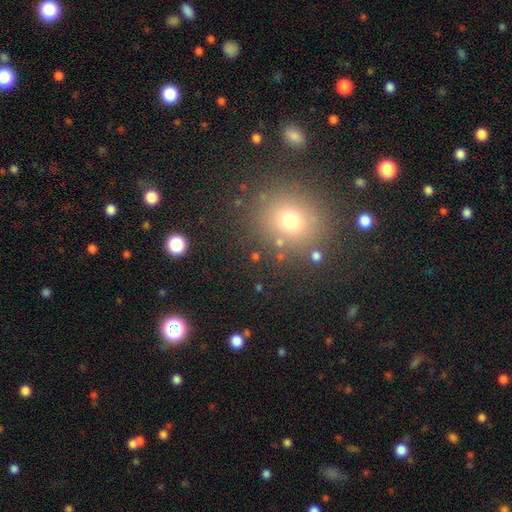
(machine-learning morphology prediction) Overall: smooth (57%; star or artifact 33%). How rounded: round (85%). Merging: none (86%).